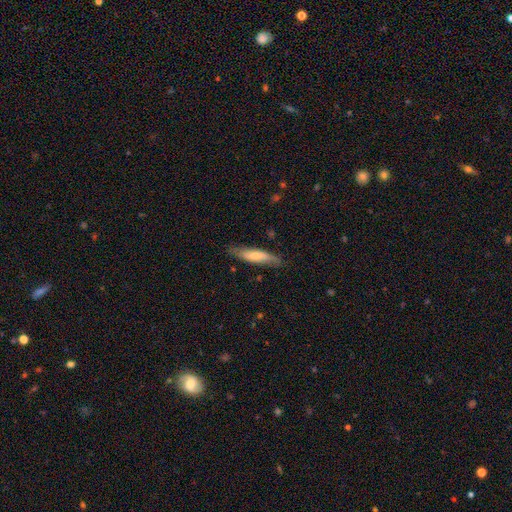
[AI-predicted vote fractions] Morphology: type=smooth (68%); roundness=cigar-shaped (77%); merging=none (77%).